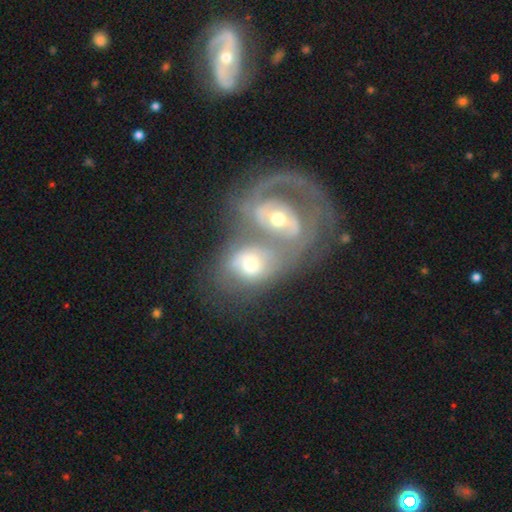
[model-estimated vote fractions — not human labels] Smooth or featured? Predicted: featured or disk (p=0.74). Edge-on disk? Predicted: no (p=0.95). Bar? Predicted: weak (p=0.38). Spiral arms? Predicted: yes (p=0.80). Spiral winding? Predicted: tight (p=0.47). Spiral arm count? Predicted: 2 (p=0.60). Bulge size? Predicted: moderate (p=0.54). Merging? Predicted: merger (p=0.76).